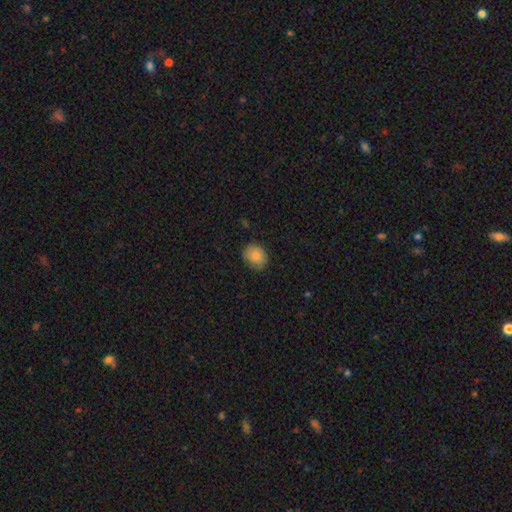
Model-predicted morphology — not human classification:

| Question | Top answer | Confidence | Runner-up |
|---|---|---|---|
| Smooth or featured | smooth | 82% | featured or disk (10%) |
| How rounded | round | 61% | in between (38%) |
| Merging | none | 78% | minor disturbance (18%) |